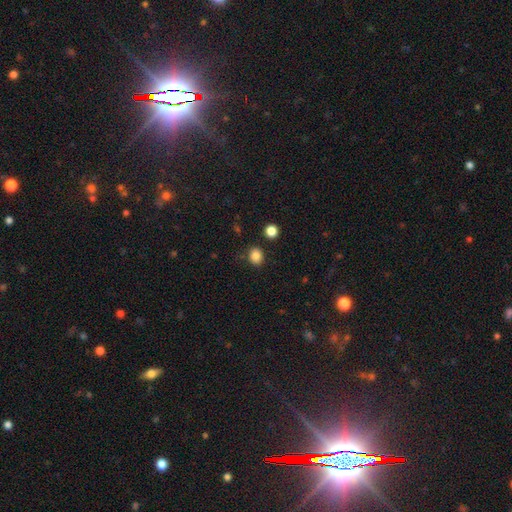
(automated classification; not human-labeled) smooth_or_featured: smooth (p=0.84) [alt: star or artifact p=0.11]
how_rounded: round (p=0.62) [alt: in between p=0.37]
merging: none (p=0.82) [alt: minor disturbance p=0.11]